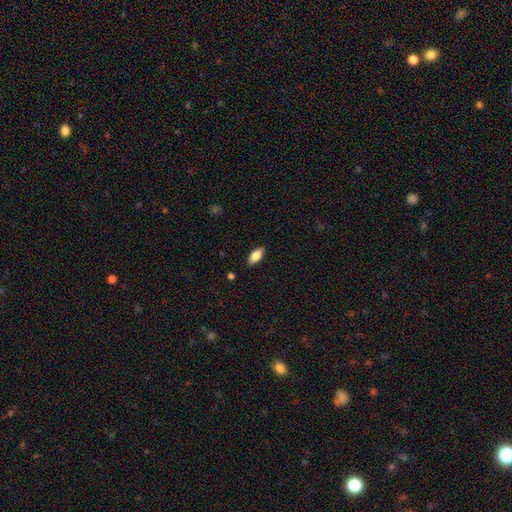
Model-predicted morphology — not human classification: smooth 77%, featured or disk 17%, star or artifact 7%. Down the decision tree: how rounded — in between (85%); merging — none (88%).